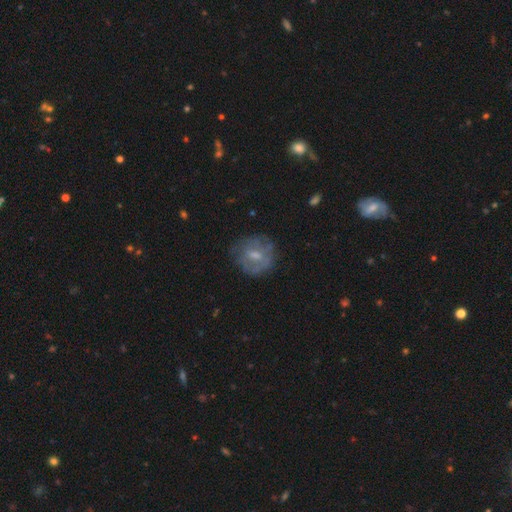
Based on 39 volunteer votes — smooth-or-featured: smooth: 46% (tied) | featured or disk: 46% (tied) | star or artifact: 8%
  how-rounded: round: 89% | in between: 11% | cigar-shaped: 0%
  merging: none: 53% | major disturbance: 31% | minor disturbance: 17% | merger: 0%